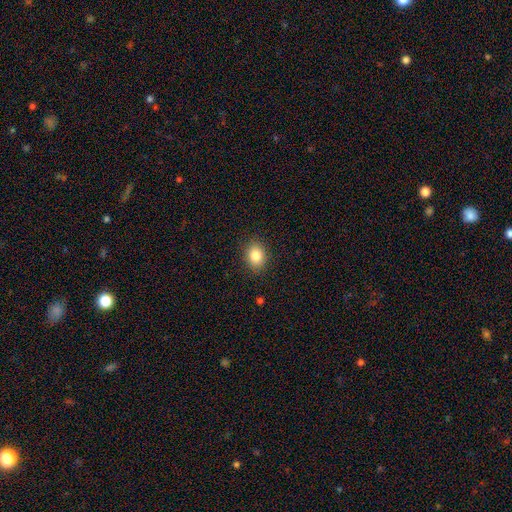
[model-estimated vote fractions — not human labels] Q: Smooth or featured?
A: smooth (84%); runner-up: star or artifact (10%)
Q: How rounded?
A: in between (55%); runner-up: round (44%)
Q: Merging?
A: none (88%); runner-up: minor disturbance (8%)